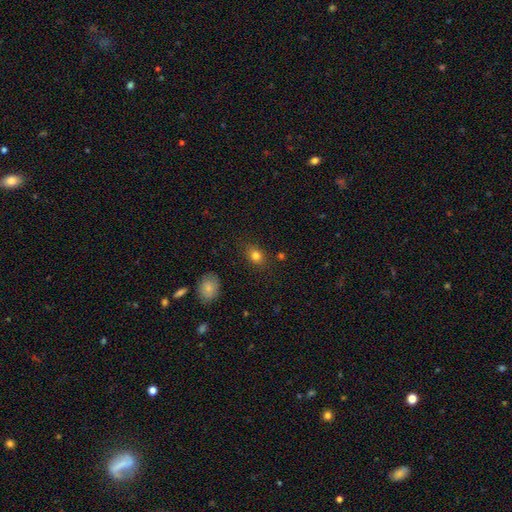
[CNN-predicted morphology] This is clearly a smooth galaxy (82%). How rounded: possibly in between (56%). Merging: clearly none (81%).